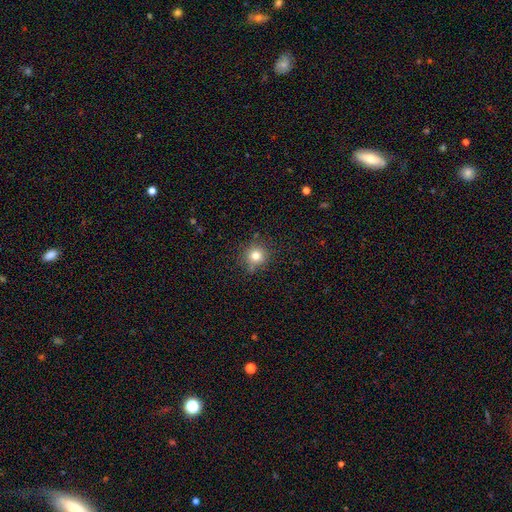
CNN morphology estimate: Smooth or featured? smooth (79%)
How rounded? round (91%)
Merging? none (81%)